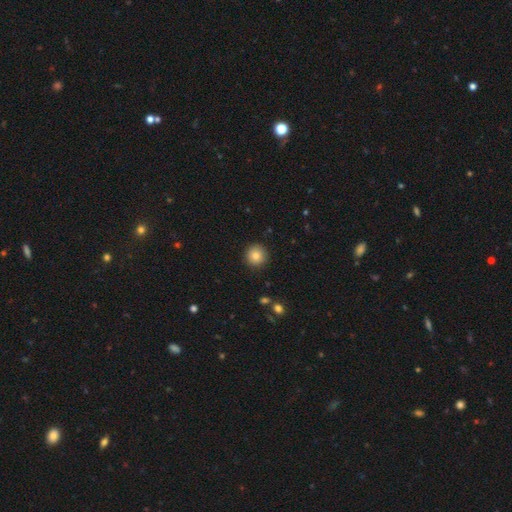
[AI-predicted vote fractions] smooth 83%, star or artifact 10%, featured or disk 7%. Down the decision tree: how rounded — round (94%); merging — none (91%).